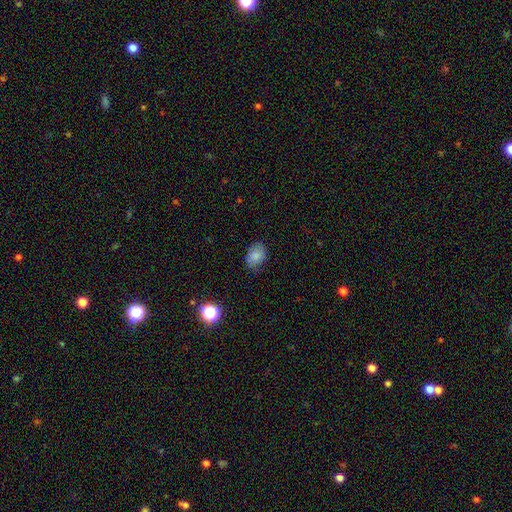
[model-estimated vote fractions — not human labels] Morphology: type=smooth (81%); roundness=in between (74%); merging=none (75%).